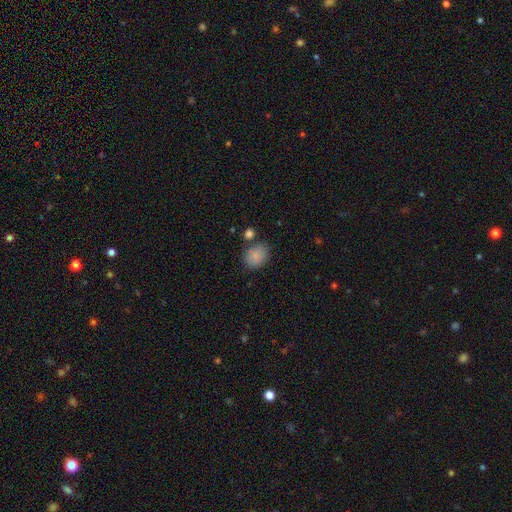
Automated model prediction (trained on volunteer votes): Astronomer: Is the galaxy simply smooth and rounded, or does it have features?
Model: smooth — 84%.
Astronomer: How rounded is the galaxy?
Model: in between — 51% (runner-up: round, 48%).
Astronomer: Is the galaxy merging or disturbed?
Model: none — 71%.